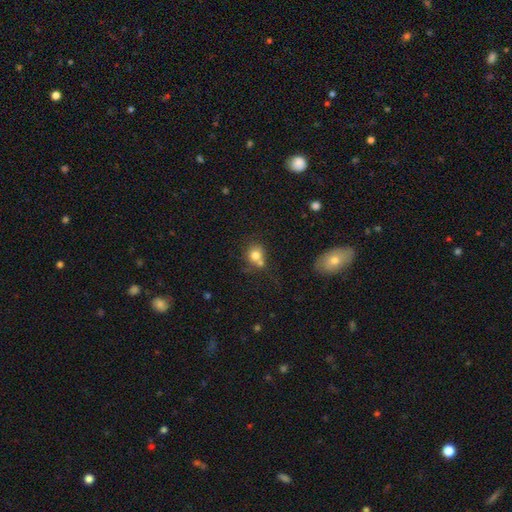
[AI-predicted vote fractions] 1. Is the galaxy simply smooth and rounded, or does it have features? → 78% smooth, 11% featured or disk, 11% star or artifact.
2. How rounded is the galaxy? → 80% round, 19% in between, 1% cigar-shaped.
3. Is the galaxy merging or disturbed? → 44% none, 38% merger, 12% minor disturbance, 5% major disturbance.